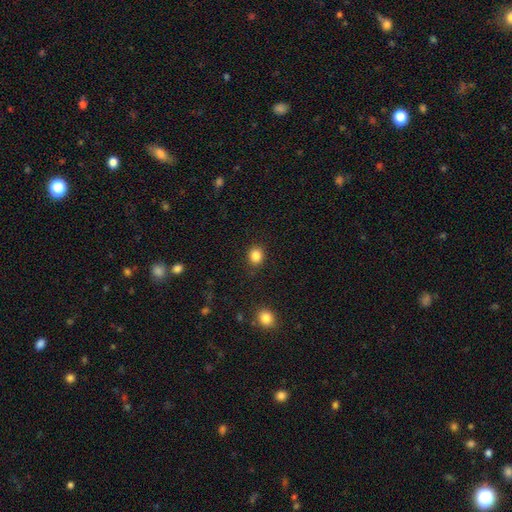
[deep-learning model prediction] This is clearly a smooth galaxy (85%). How rounded: likely round (74%). Merging: clearly none (88%).